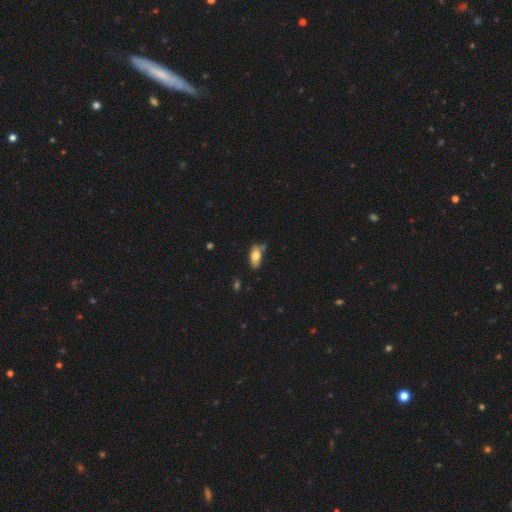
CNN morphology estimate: A smooth galaxy with no disk features (76%) that is in between round and cigar-shaped (88%). Merging: none (64%).